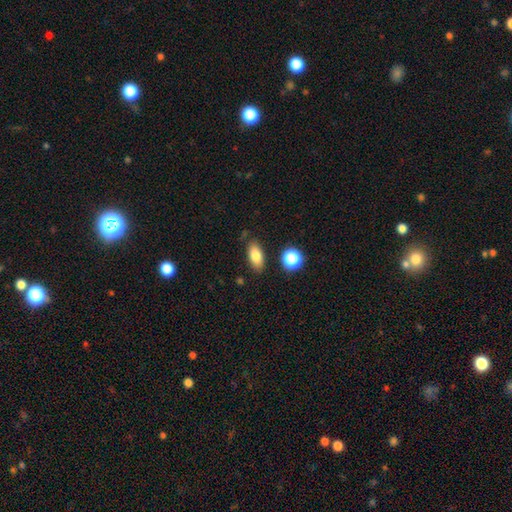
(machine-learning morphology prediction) smooth_or_featured: smooth (p=0.81) [alt: featured or disk p=0.09]
how_rounded: in between (p=0.85) [alt: cigar-shaped p=0.09]
merging: none (p=0.83) [alt: minor disturbance p=0.11]